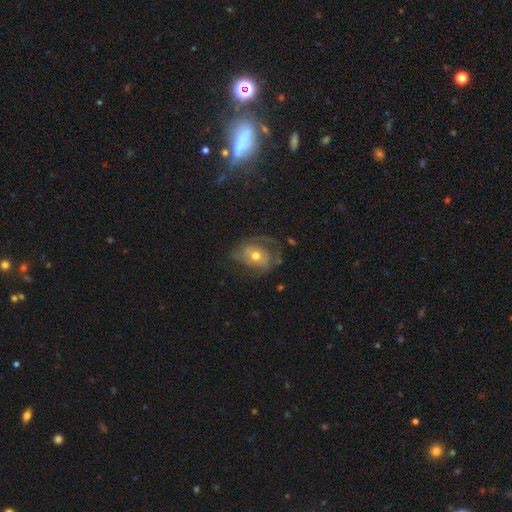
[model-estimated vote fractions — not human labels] smooth-or-featured: featured or disk: 65% | smooth: 27% | star or artifact: 8%
  disk-edge-on: no: 96% | yes: 4%
    bar: no: 72% | weak: 21% | strong: 7%
    has-spiral-arms: yes: 71% | no: 29%
    bulge-size: moderate: 73% | small: 18% | large: 7% | none: 1% | dominant: 1%
  merging: none: 46% | major disturbance: 28% | minor disturbance: 25% | merger: 2%